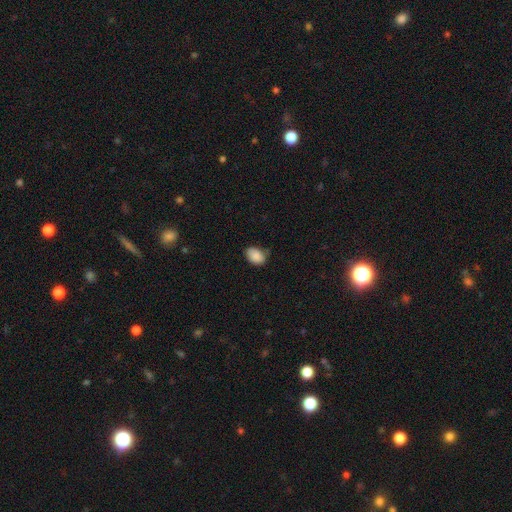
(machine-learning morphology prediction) This appears to be a smooth galaxy with no disk features (87%) that is in between round and cigar-shaped (80%). Merging: none (65%).